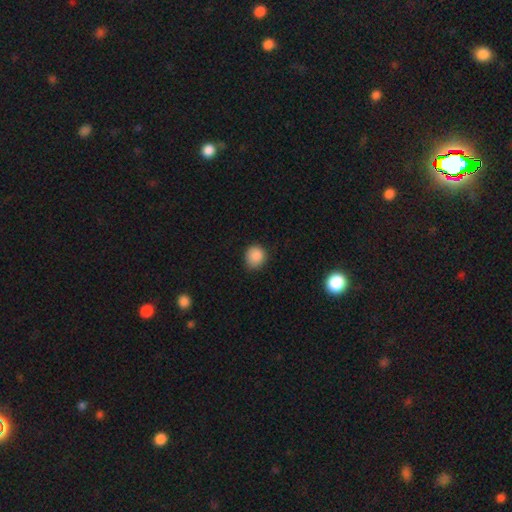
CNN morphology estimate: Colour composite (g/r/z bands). It shows a smooth galaxy with no disk features (87%) that is round (80%). Merging: none (77%).